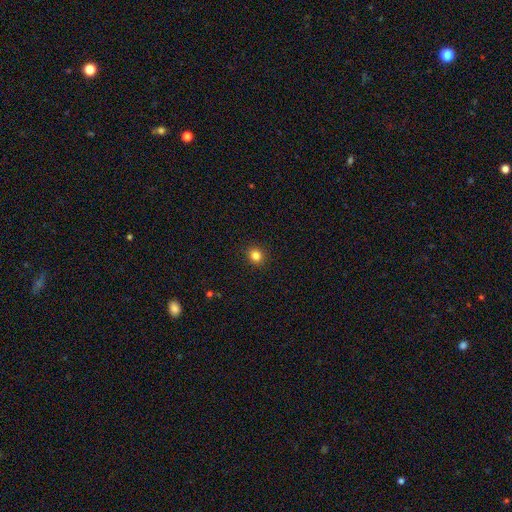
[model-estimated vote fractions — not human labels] smooth 83%, star or artifact 12%, featured or disk 5%. Down the decision tree: how rounded — round (79%); merging — none (92%).